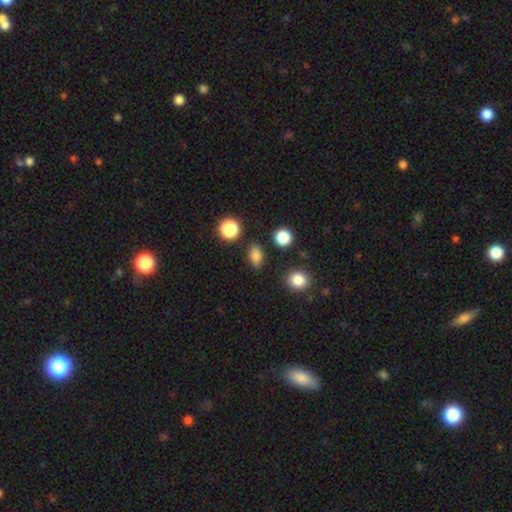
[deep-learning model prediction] Smooth or featured? smooth (81%)
How rounded? in between (76%)
Merging? none (84%)